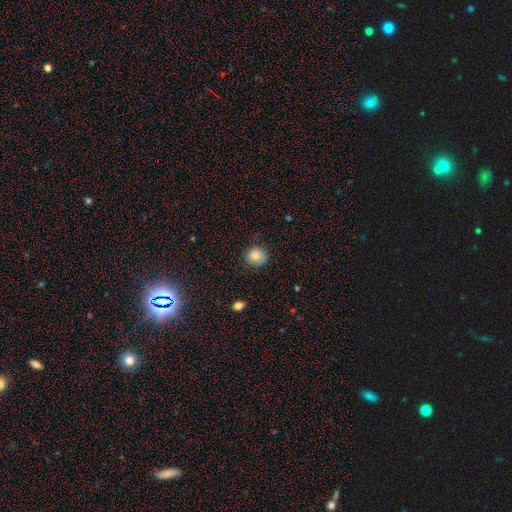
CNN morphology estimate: type=smooth (84%); roundness=round (86%); merging=none (84%).